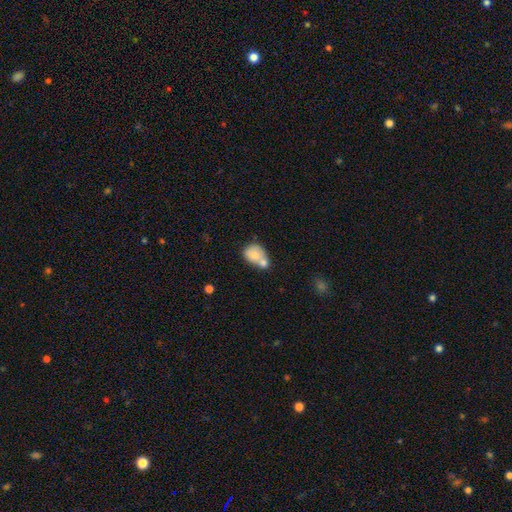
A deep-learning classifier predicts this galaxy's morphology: Smooth or featured? Predicted: smooth (p=0.74). How rounded? Predicted: round (p=0.52). Merging? Predicted: merger (p=0.61).